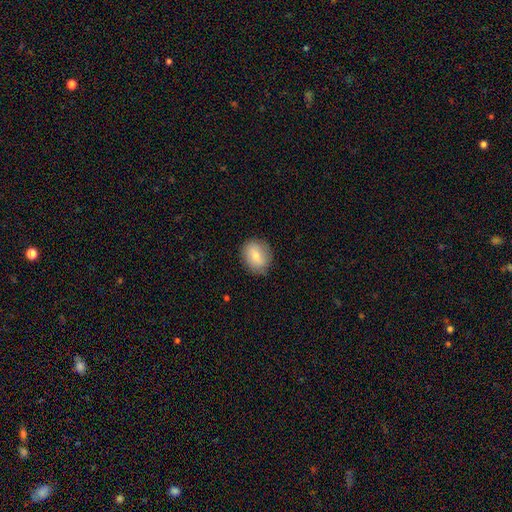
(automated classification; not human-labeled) This is likely a smooth galaxy (78%). How rounded: possibly round (59%). Merging: clearly none (83%).